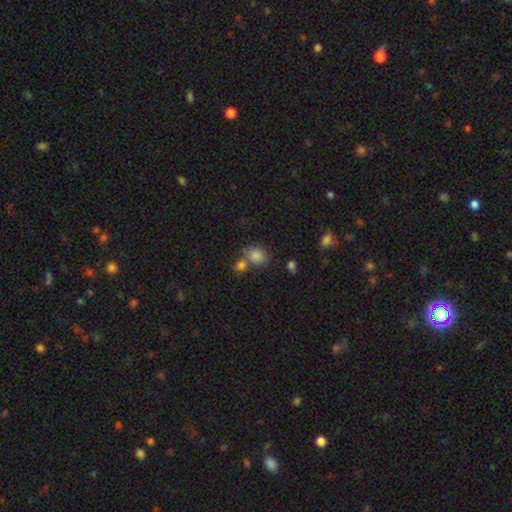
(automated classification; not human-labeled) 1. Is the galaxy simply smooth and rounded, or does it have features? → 81% smooth, 13% star or artifact, 6% featured or disk.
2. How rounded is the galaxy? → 64% round, 35% in between, 1% cigar-shaped.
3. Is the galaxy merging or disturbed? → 55% none, 30% merger, 10% minor disturbance, 4% major disturbance.